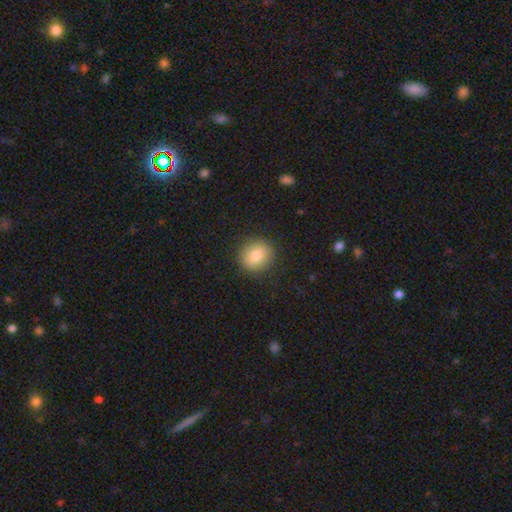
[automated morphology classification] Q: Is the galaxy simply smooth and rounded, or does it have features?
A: smooth — 82%.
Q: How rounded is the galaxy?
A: round — 83%.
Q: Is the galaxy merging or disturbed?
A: none — 89%.